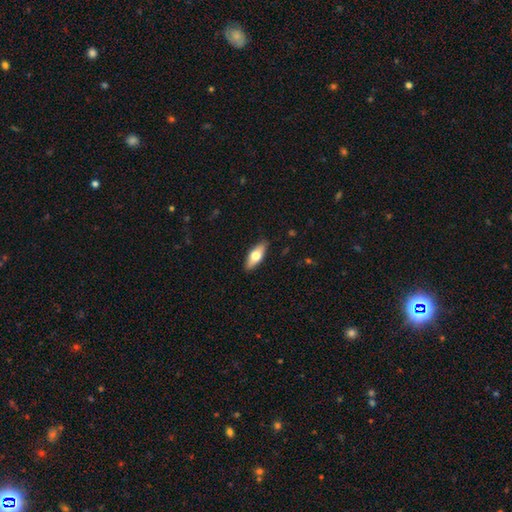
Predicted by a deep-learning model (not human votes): Smooth or featured? smooth (64%)
How rounded? in between (74%)
Merging? none (87%)